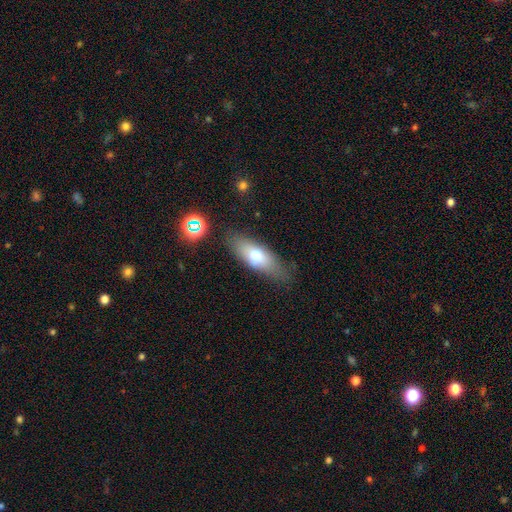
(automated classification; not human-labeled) Q: Smooth or featured?
A: smooth (67%); runner-up: featured or disk (25%)
Q: How rounded?
A: in between (68%); runner-up: cigar-shaped (28%)
Q: Merging?
A: none (75%); runner-up: minor disturbance (17%)